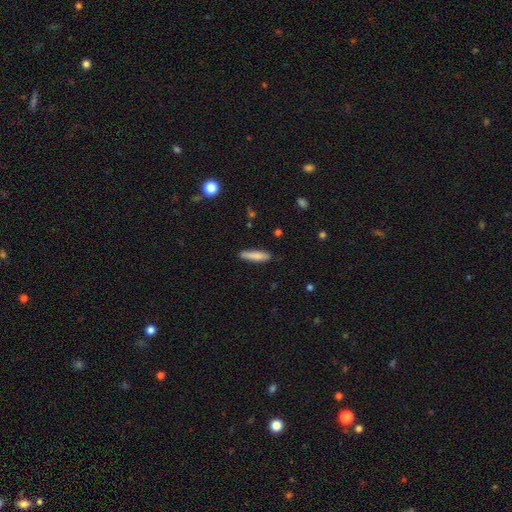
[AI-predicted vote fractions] Q: Smooth or featured?
A: smooth (84%); runner-up: featured or disk (10%)
Q: How rounded?
A: cigar-shaped (80%); runner-up: in between (19%)
Q: Merging?
A: none (85%); runner-up: minor disturbance (12%)